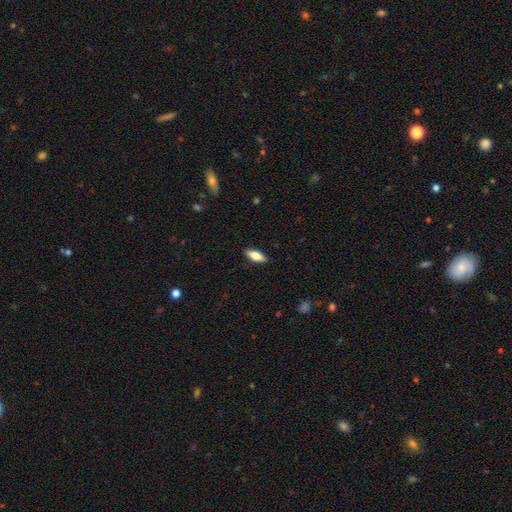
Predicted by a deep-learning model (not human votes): Smooth or featured: smooth — 76% (featured or disk — 18%)
How rounded: in between — 71% (cigar-shaped — 26%)
Merging: none — 89% (minor disturbance — 8%)